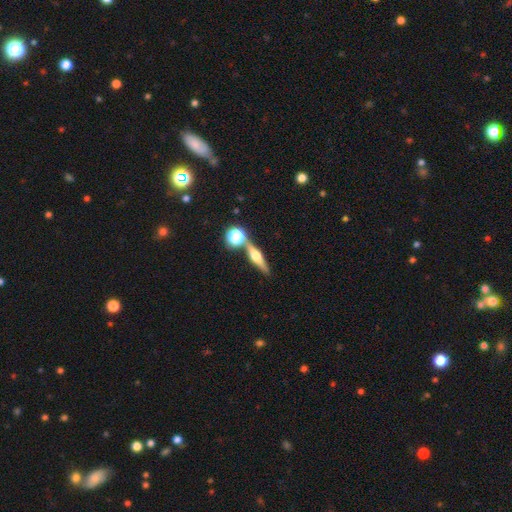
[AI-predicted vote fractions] The model was most divided on "smooth or featured": featured or disk: 66%, smooth: 24%, star or artifact: 9%. More confident: edge-on disk — yes (95%); edge-on bulge — rounded (93%); merging — none (75%).